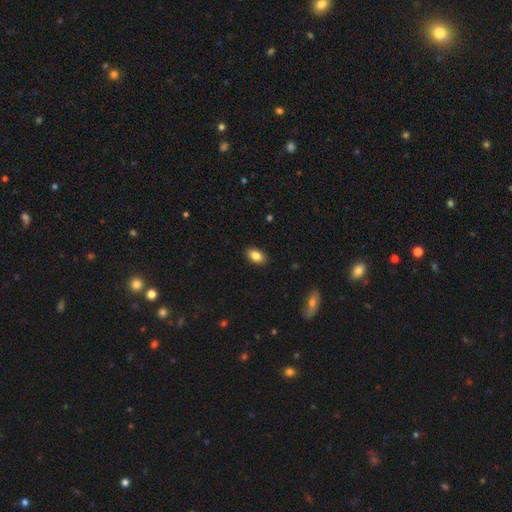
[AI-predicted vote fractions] This appears to be a smooth galaxy with no disk features (85%) that is in between round and cigar-shaped (88%). Merging: none (89%).